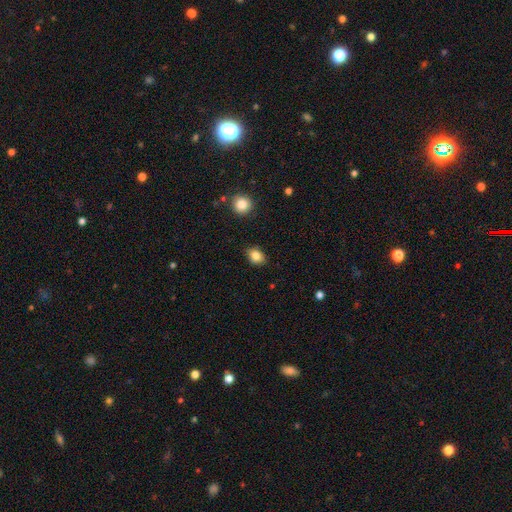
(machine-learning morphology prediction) Q: Smooth or featured?
A: smooth (84%); runner-up: star or artifact (9%)
Q: How rounded?
A: in between (60%); runner-up: round (39%)
Q: Merging?
A: none (85%); runner-up: minor disturbance (12%)